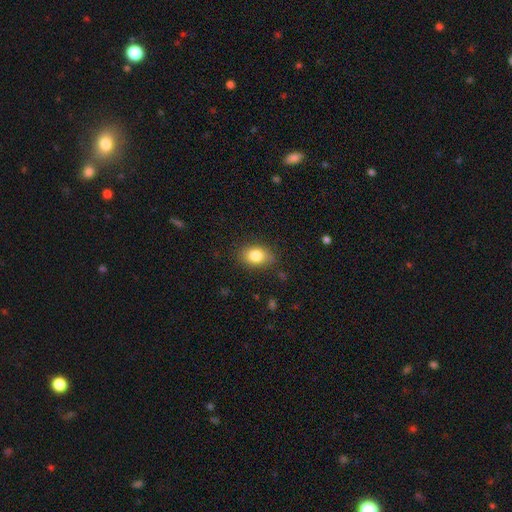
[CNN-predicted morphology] Smooth or featured?
  - smooth: 83% *
  - star or artifact: 8%
  - featured or disk: 8%
How rounded?
  - in between: 77% *
  - round: 22%
  - cigar-shaped: 1%
Merging?
  - none: 80% *
  - minor disturbance: 15%
  - major disturbance: 4%
  - merger: 1%